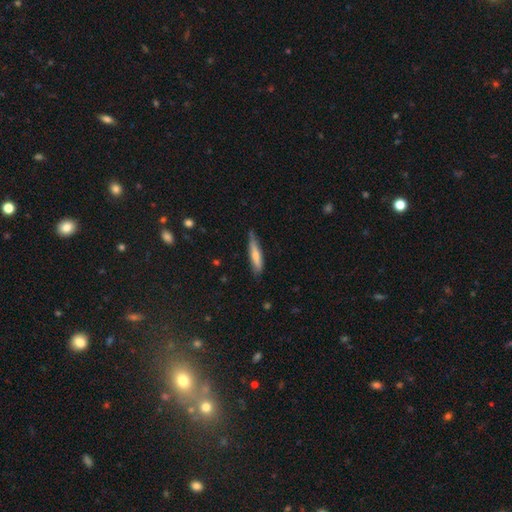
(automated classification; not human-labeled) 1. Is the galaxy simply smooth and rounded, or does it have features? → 62% smooth, 33% featured or disk, 6% star or artifact.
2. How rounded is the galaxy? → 82% cigar-shaped, 17% in between, 2% round.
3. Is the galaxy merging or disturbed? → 67% none, 27% minor disturbance, 4% major disturbance, 2% merger.